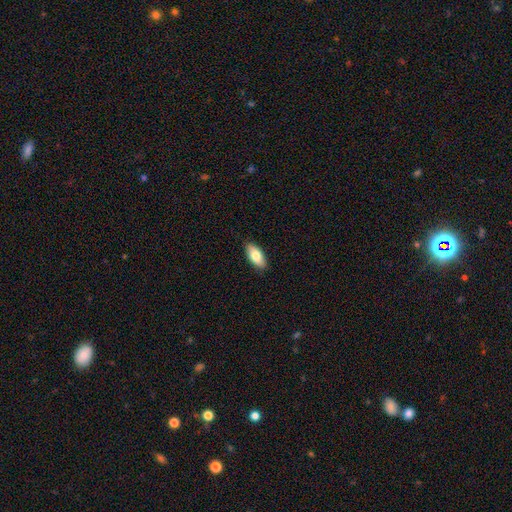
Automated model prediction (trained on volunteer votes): Overall: smooth (80%). How rounded: in between (88%). Merging: none (88%).